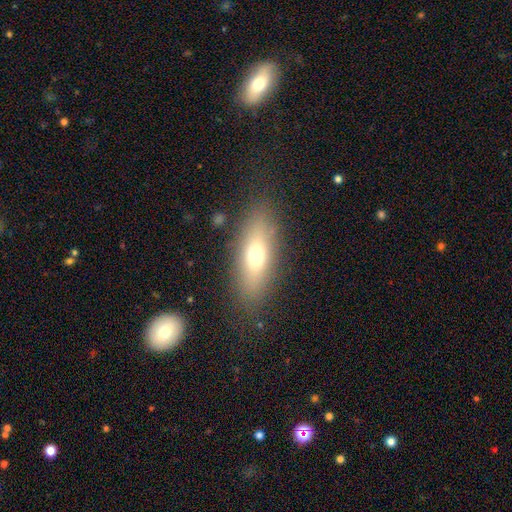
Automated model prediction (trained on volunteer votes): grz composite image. It shows a smooth galaxy with no disk features (65%) that is in between round and cigar-shaped (61%). Merging: none (82%).